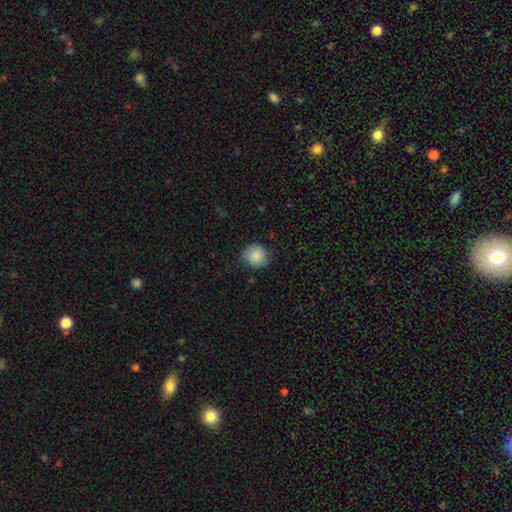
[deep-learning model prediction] smooth 85%, featured or disk 8%, star or artifact 7%. Down the decision tree: how rounded — round (83%); merging — none (78%).